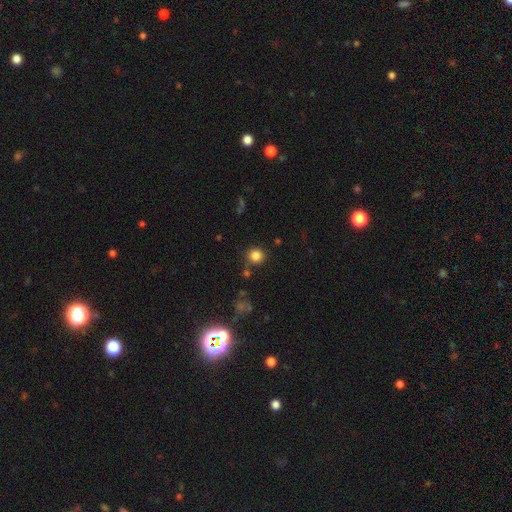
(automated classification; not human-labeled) Smooth or featured: smooth — 82% (star or artifact — 13%)
How rounded: round — 90% (in between — 9%)
Merging: none — 82% (minor disturbance — 9%)